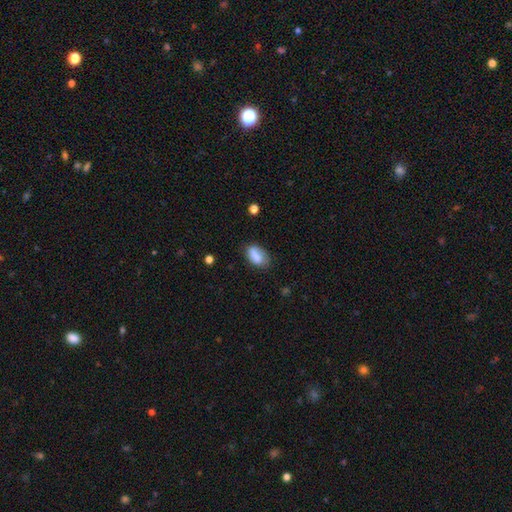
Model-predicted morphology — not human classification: The model was most divided on "merging": none: 67%, minor disturbance: 24%, major disturbance: 6%, merger: 3%. More confident: how rounded — in between (90%); smooth or featured — smooth (80%).